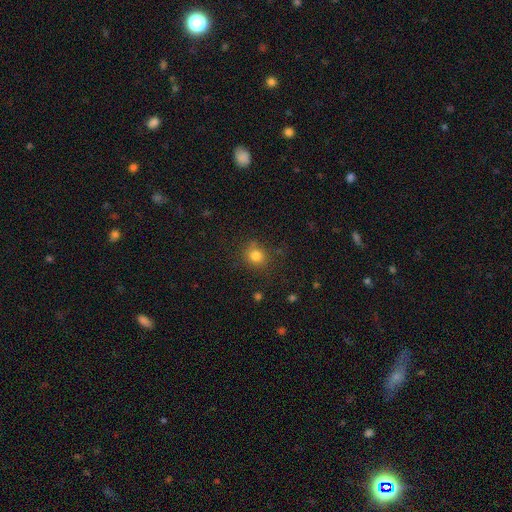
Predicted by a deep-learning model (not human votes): Smooth or featured: smooth — 81% (star or artifact — 13%)
How rounded: round — 79% (in between — 20%)
Merging: none — 79% (minor disturbance — 14%)